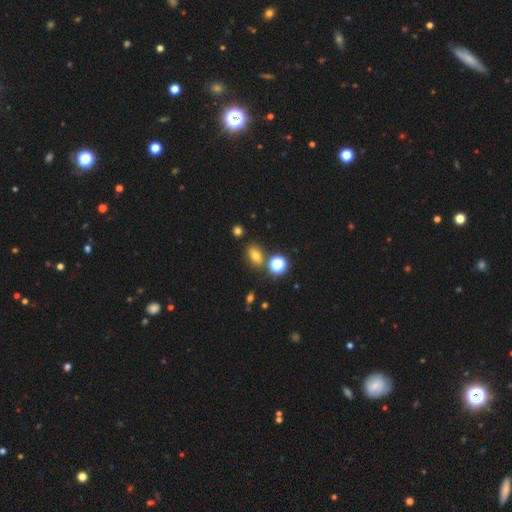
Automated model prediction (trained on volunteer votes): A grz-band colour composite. It shows a smooth galaxy with no disk features (68%) that is in between round and cigar-shaped (70%). Merging: none (76%).